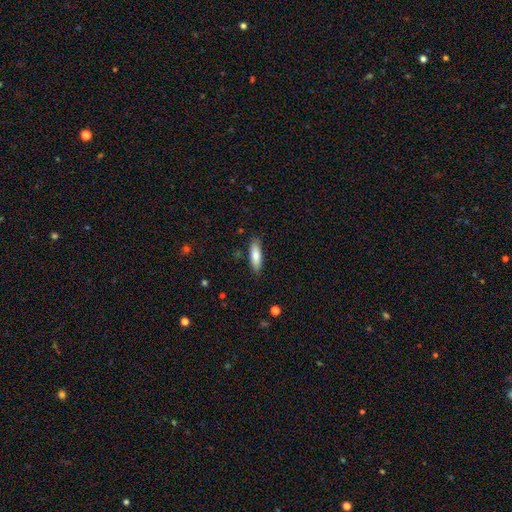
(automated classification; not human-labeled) smooth 78%, featured or disk 16%, star or artifact 6%. Down the decision tree: how rounded — cigar-shaped (52%); merging — none (86%).